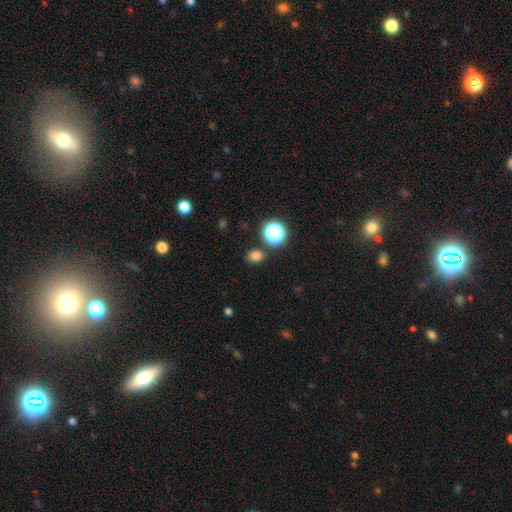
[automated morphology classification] smooth-or-featured: smooth: 78% | star or artifact: 18% | featured or disk: 5%
  how-rounded: round: 51% | in between: 48% | cigar-shaped: 1%
  merging: none: 83% | minor disturbance: 9% | merger: 5% | major disturbance: 3%